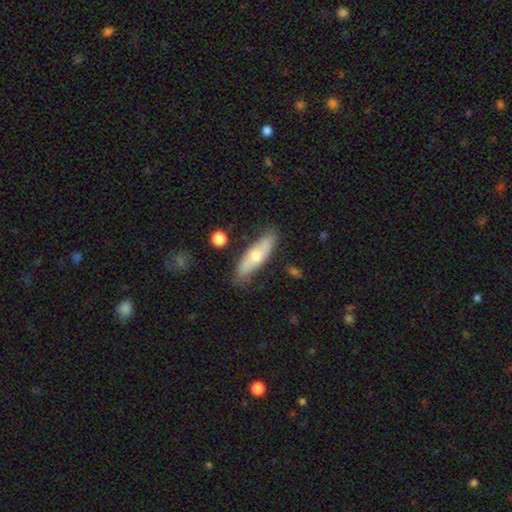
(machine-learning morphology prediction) Smooth or featured? Predicted: smooth (p=0.57). How rounded? Predicted: cigar-shaped (p=0.50). Merging? Predicted: none (p=0.79).